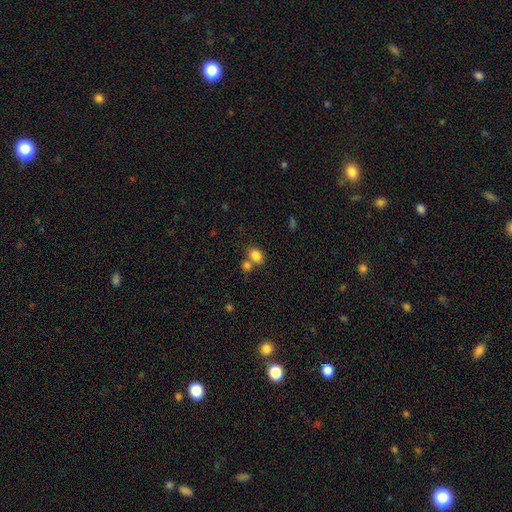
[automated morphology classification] type=smooth (83%); roundness=in between (72%); merging=none (51%).